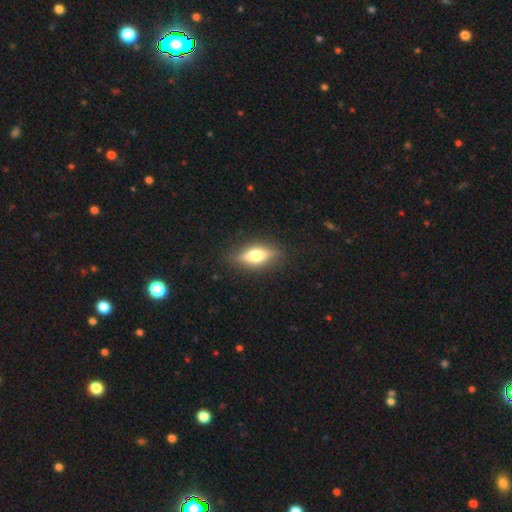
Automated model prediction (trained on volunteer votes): Smooth or featured: smooth — 47% (featured or disk — 45%)
Merging: none — 85% (minor disturbance — 11%)